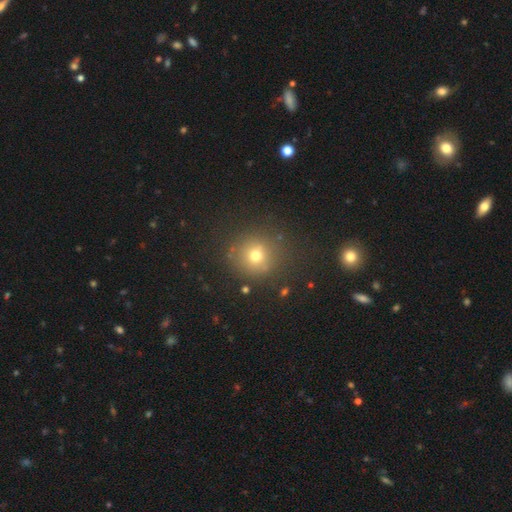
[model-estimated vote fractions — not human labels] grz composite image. It shows a smooth galaxy with no disk features (71%) that is round (91%). Merging: none (83%).